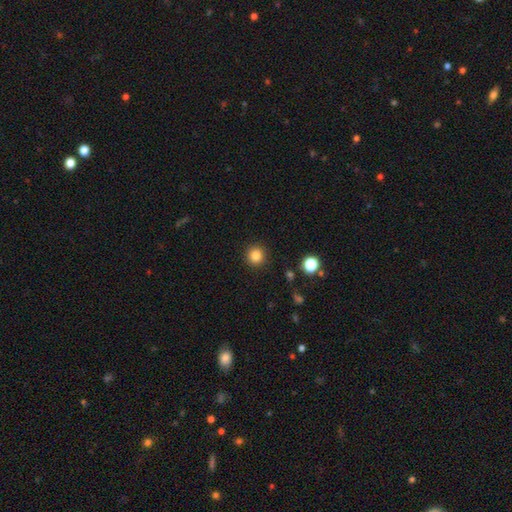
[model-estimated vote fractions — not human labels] A smooth galaxy with no disk features (83%) that is round (94%).

Vote fractions:
- Smooth or featured? smooth: 83% / star or artifact: 12% / featured or disk: 5%
- How rounded? round: 94% / in between: 5% / cigar-shaped: 1%
- Merging? none: 92% / minor disturbance: 5% / major disturbance: 2% / merger: 1%